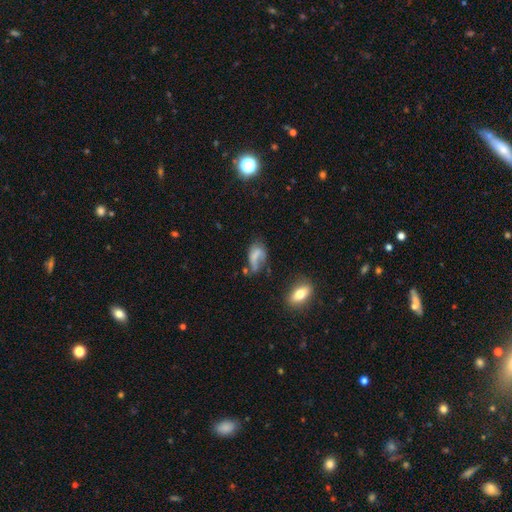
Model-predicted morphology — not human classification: A smooth galaxy with no disk features (54%) that is in between round and cigar-shaped (86%).

Vote fractions:
- Smooth or featured? smooth: 54% / featured or disk: 33% / star or artifact: 13%
- How rounded? in between: 86% / round: 9% / cigar-shaped: 5%
- Merging? major disturbance: 34% / none: 29% / minor disturbance: 26% / merger: 10%